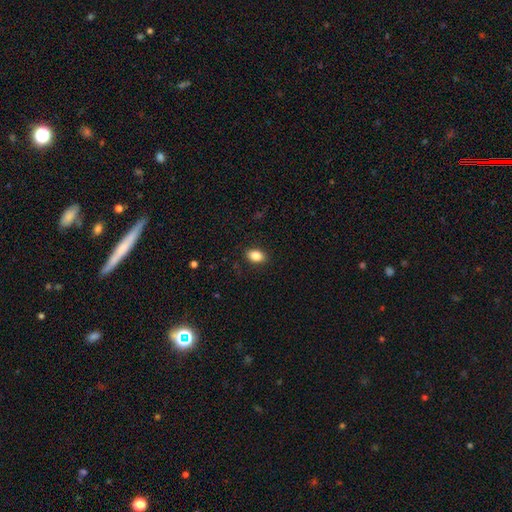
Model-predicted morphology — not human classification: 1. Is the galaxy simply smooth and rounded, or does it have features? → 86% smooth, 9% star or artifact, 5% featured or disk.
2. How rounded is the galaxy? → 85% in between, 13% round, 1% cigar-shaped.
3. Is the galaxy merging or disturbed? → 88% none, 9% minor disturbance, 2% major disturbance, 1% merger.